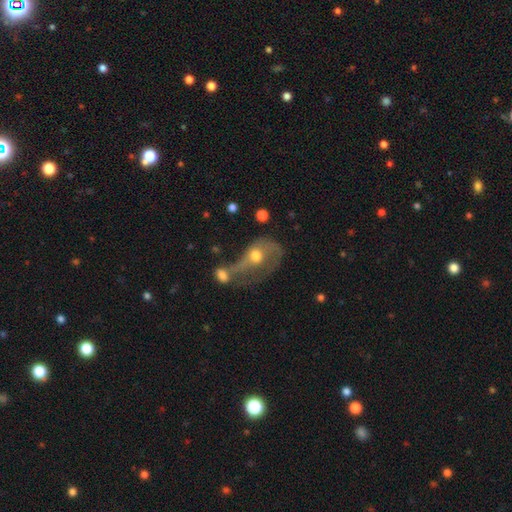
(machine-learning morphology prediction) Smooth or featured? featured or disk (47%)
Merging? major disturbance (37%)